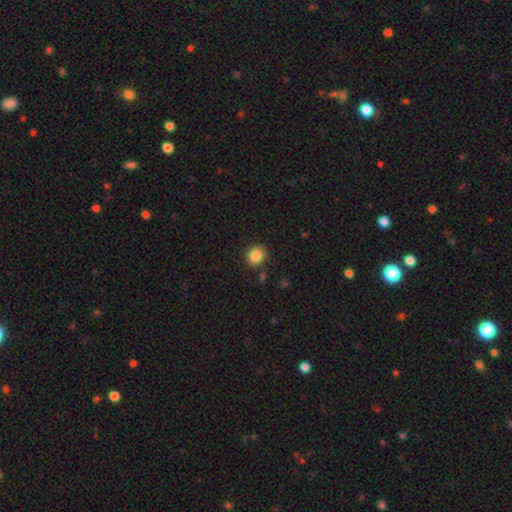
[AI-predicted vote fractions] smooth_or_featured: smooth (p=0.86) [alt: star or artifact p=0.09]
how_rounded: round (p=0.73) [alt: in between p=0.26]
merging: none (p=0.87) [alt: minor disturbance p=0.08]